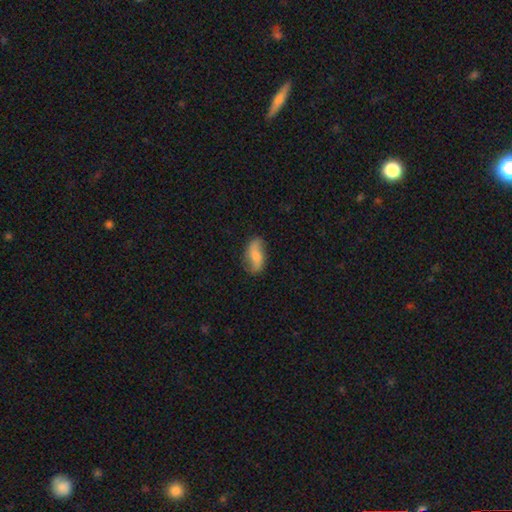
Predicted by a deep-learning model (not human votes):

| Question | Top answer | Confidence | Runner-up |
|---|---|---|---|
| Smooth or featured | smooth | 48% | featured or disk (44%) |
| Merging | none | 78% | minor disturbance (16%) |